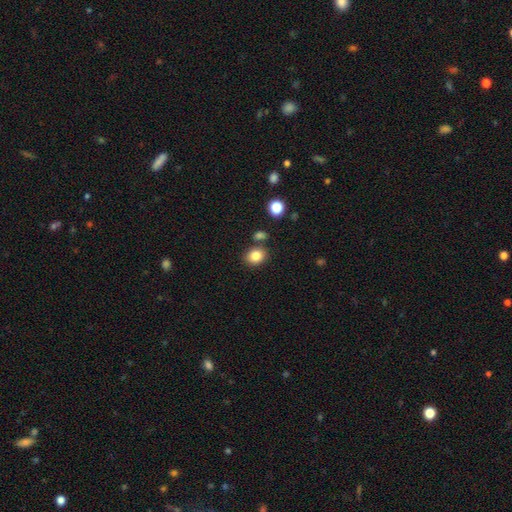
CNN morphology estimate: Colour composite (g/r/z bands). It shows a smooth galaxy with no disk features (84%) that is round (52%). Merging: none (77%).